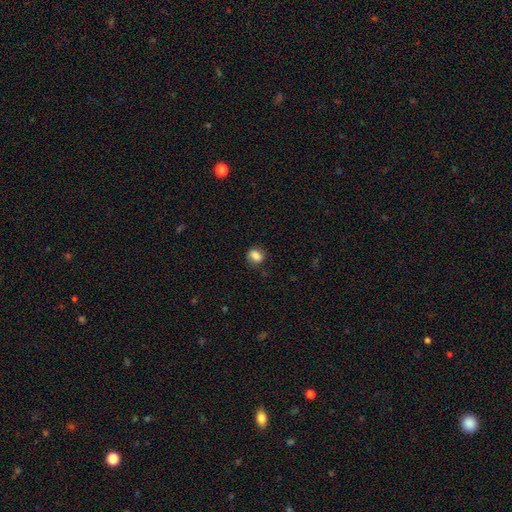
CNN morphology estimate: Smooth or featured? smooth (84%)
How rounded? in between (56%)
Merging? none (78%)